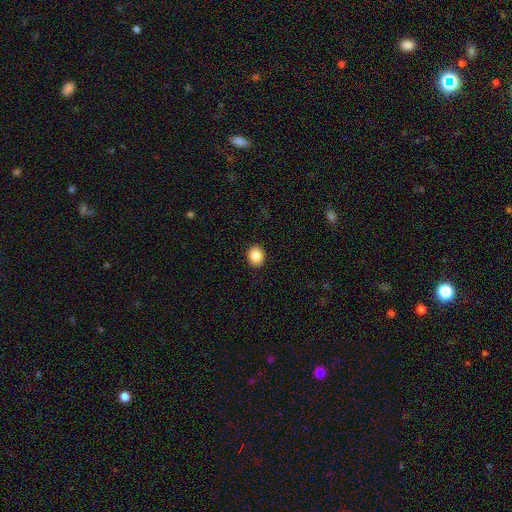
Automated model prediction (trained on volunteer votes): This is clearly a smooth galaxy (88%). How rounded: possibly round (58%). Merging: clearly none (91%).